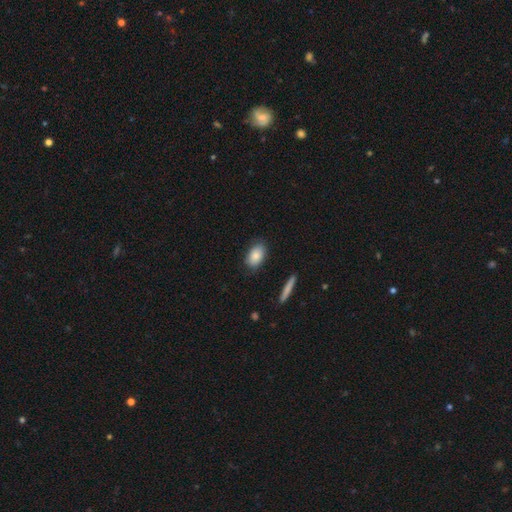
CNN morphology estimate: Smooth or featured: smooth — 83% (featured or disk — 10%)
How rounded: in between — 90% (round — 7%)
Merging: none — 80% (minor disturbance — 14%)